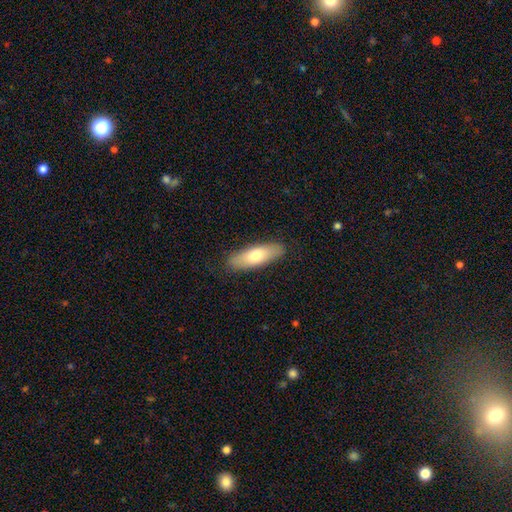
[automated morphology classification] Smooth or featured?
  - smooth: 70% *
  - featured or disk: 24%
  - star or artifact: 6%
How rounded?
  - in between: 55% *
  - cigar-shaped: 43%
  - round: 2%
Merging?
  - none: 87% *
  - minor disturbance: 10%
  - major disturbance: 2%
  - merger: 1%